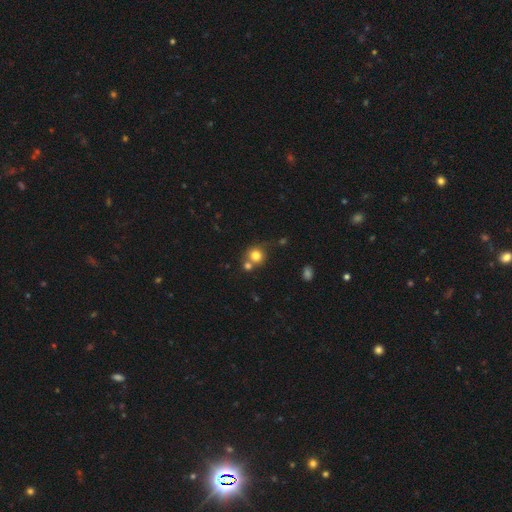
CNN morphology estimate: Overall: smooth (79%). How rounded: round (88%). Merging: none (56%; merger 31%).